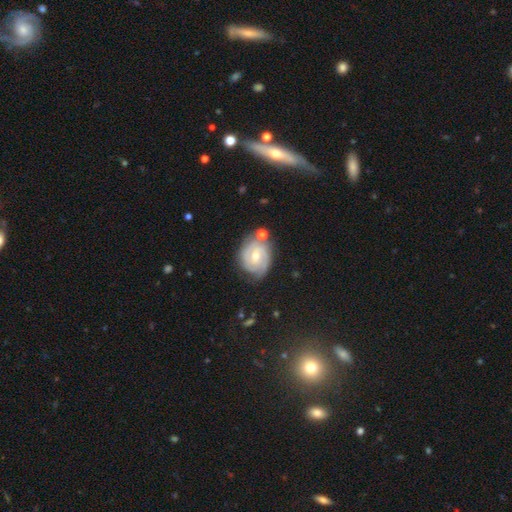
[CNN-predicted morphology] smooth-or-featured: featured or disk: 77% | smooth: 17% | star or artifact: 6%
  disk-edge-on: no: 97% | yes: 3%
    bar: weak: 50% | no: 40% | strong: 10%
    has-spiral-arms: yes: 93% | no: 7%
      spiral-winding: tight: 65% | medium: 28% | loose: 7%
      spiral-arm-count: 2: 52% | can't tell: 23% | 3: 16% | 4: 3% | 1: 3% | more than 4: 3%
    bulge-size: moderate: 51% | small: 46% | large: 2% | none: 1% | dominant: 1%
  merging: none: 66% | minor disturbance: 20% | merger: 8% | major disturbance: 6%